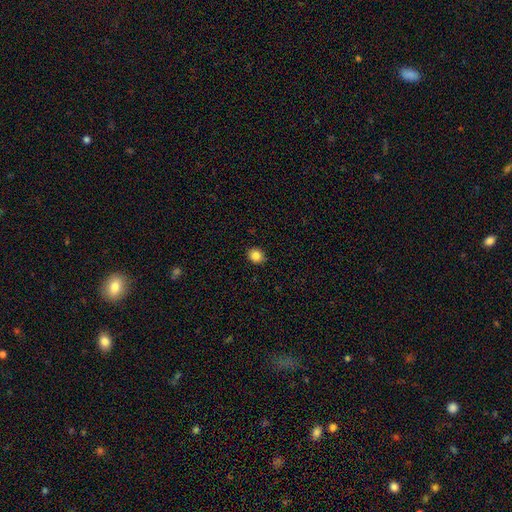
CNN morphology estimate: smooth-or-featured: smooth: 84% | star or artifact: 10% | featured or disk: 6%
  how-rounded: round: 76% | in between: 23% | cigar-shaped: 1%
  merging: none: 90% | minor disturbance: 8% | major disturbance: 2% | merger: 1%